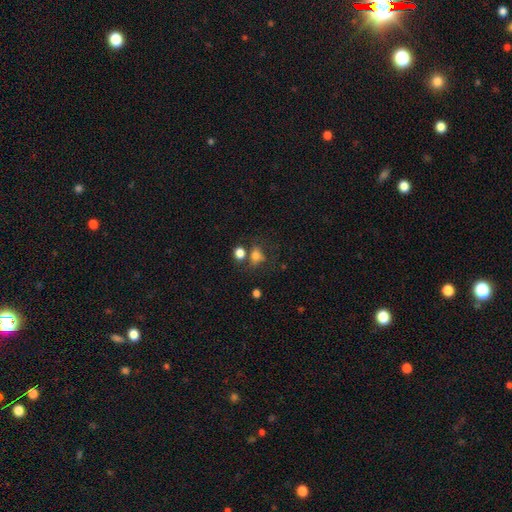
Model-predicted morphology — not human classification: A smooth galaxy with no disk features (73%) that is round (55%). Merging: none (51%).